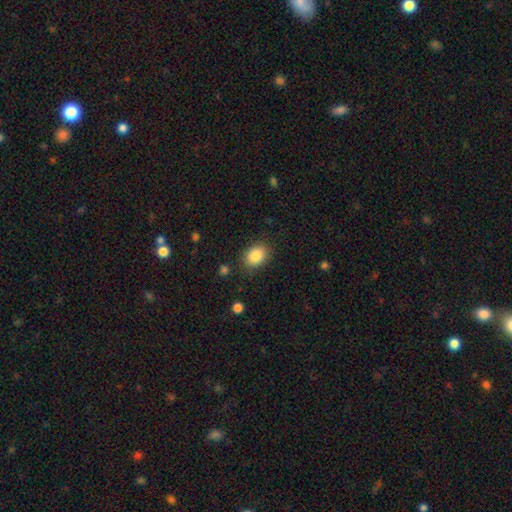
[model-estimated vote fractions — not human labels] Smooth or featured?
  - smooth: 86% *
  - star or artifact: 8%
  - featured or disk: 6%
How rounded?
  - in between: 69% *
  - round: 30%
  - cigar-shaped: 1%
Merging?
  - none: 84% *
  - minor disturbance: 12%
  - major disturbance: 3%
  - merger: 2%